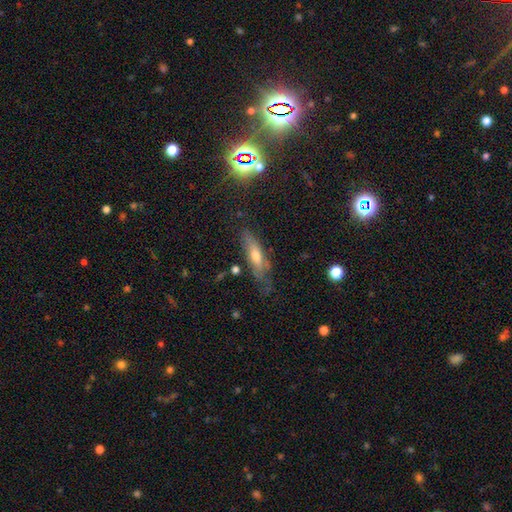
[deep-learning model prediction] Q: Smooth or featured?
A: smooth (48%); runner-up: featured or disk (43%)
Q: Merging?
A: none (61%); runner-up: minor disturbance (26%)